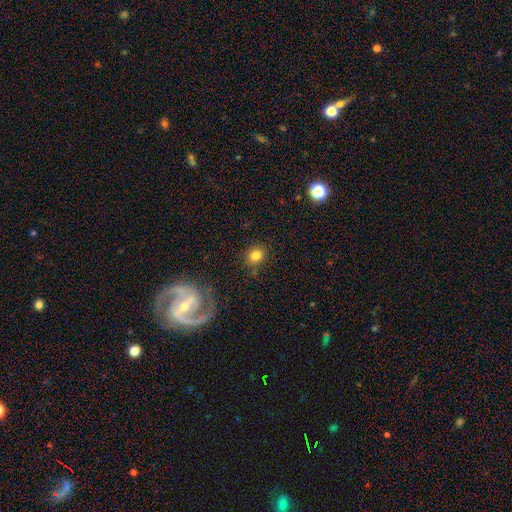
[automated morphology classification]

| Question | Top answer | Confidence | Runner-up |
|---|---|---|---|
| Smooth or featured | smooth | 82% | star or artifact (11%) |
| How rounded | round | 68% | in between (31%) |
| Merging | none | 84% | minor disturbance (11%) |